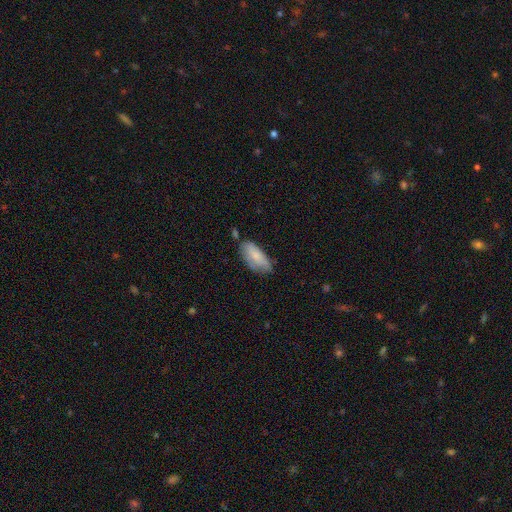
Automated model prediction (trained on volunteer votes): Overall: smooth (78%). How rounded: in between (87%). Merging: none (60%; minor disturbance 29%).